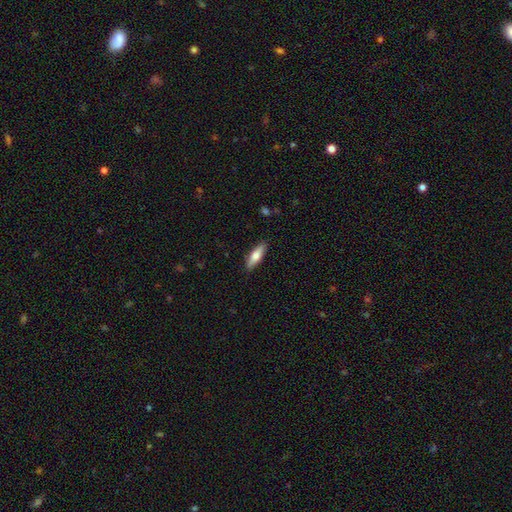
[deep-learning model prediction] Morphology: type=smooth (69%); roundness=cigar-shaped (52%); merging=none (88%).